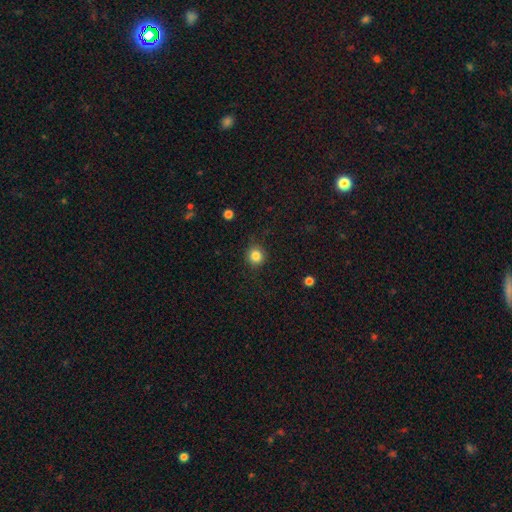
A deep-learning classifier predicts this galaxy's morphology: Q: Smooth or featured?
A: smooth (84%); runner-up: star or artifact (11%)
Q: How rounded?
A: round (90%); runner-up: in between (9%)
Q: Merging?
A: none (86%); runner-up: minor disturbance (10%)